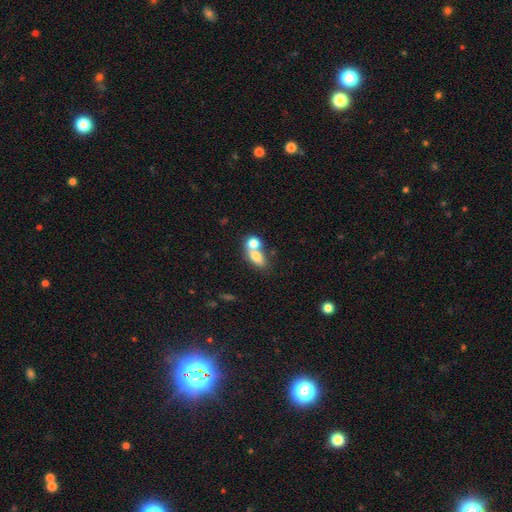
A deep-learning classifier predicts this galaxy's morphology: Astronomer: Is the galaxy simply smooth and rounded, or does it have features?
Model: smooth — 72%.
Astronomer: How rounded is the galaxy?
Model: in between — 67%.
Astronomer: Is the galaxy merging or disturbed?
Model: merger — 61%.